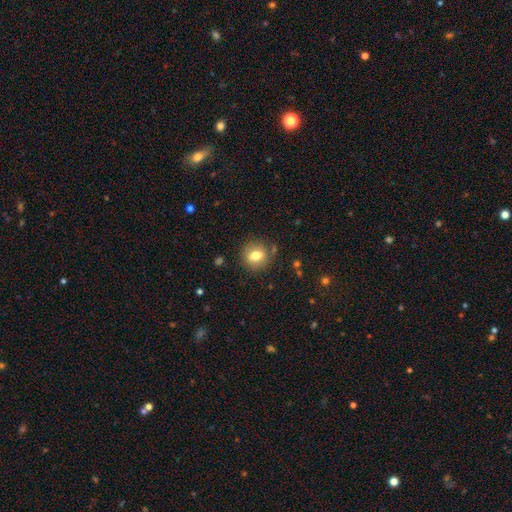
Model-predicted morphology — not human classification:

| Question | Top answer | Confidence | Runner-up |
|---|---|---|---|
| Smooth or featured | smooth | 77% | featured or disk (14%) |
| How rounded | round | 70% | in between (29%) |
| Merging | none | 82% | minor disturbance (12%) |